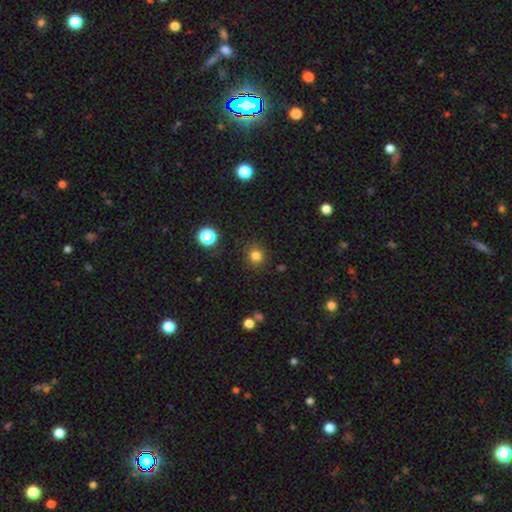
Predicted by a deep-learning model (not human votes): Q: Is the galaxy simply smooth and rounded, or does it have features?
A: smooth — 80%.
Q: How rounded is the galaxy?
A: round — 90%.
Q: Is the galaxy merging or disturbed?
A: none — 88%.